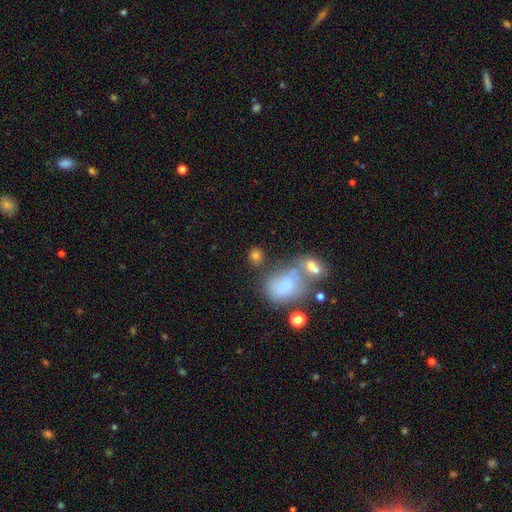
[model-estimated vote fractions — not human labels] Smooth or featured?
  - smooth: 73% *
  - star or artifact: 15%
  - featured or disk: 12%
How rounded?
  - round: 65% *
  - in between: 33%
  - cigar-shaped: 2%
Merging?
  - none: 58% *
  - merger: 19%
  - minor disturbance: 14%
  - major disturbance: 10%